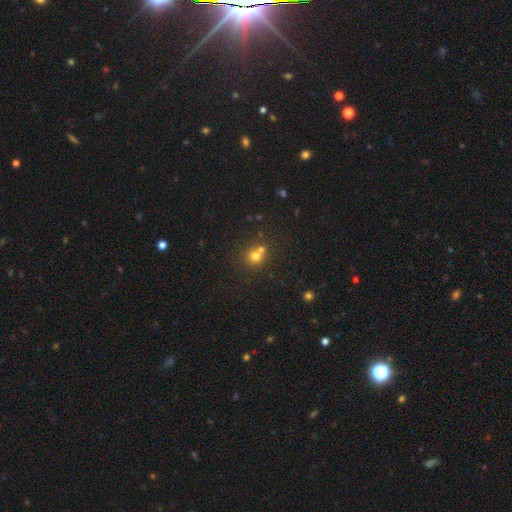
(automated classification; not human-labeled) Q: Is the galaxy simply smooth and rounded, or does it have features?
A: smooth — 70%.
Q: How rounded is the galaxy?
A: round — 87%.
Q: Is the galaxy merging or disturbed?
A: none — 50%.